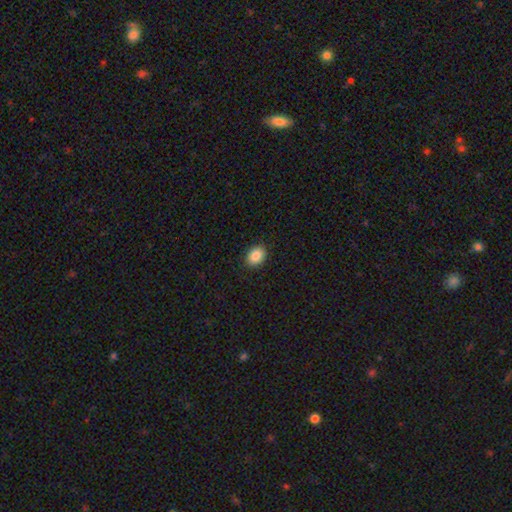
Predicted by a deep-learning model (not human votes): Smooth or featured? smooth (88%)
How rounded? in between (66%)
Merging? none (90%)